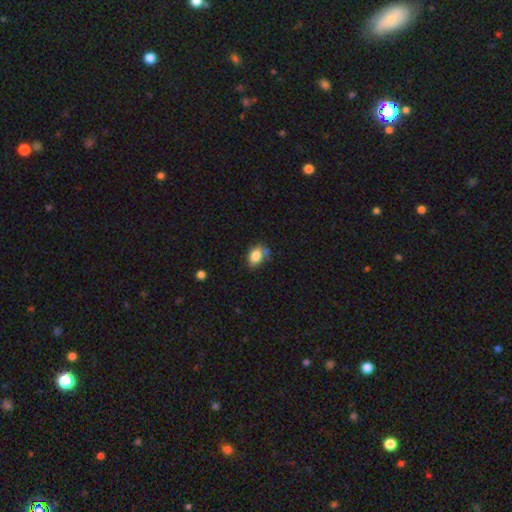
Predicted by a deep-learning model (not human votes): This is clearly a smooth galaxy (83%). How rounded: clearly in between (80%). Merging: likely none (65%).